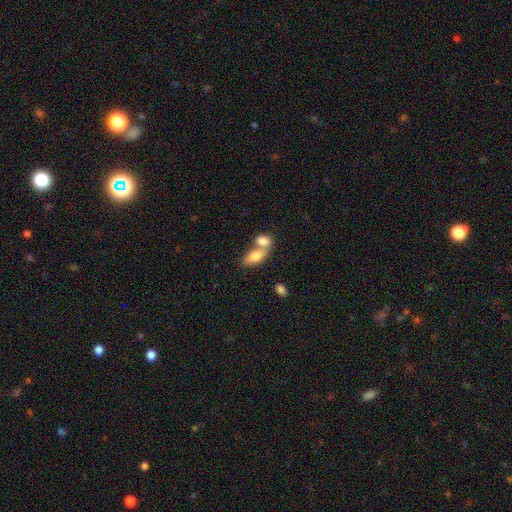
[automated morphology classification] Overall: smooth (80%). How rounded: in between (88%). Merging: merger (67%).